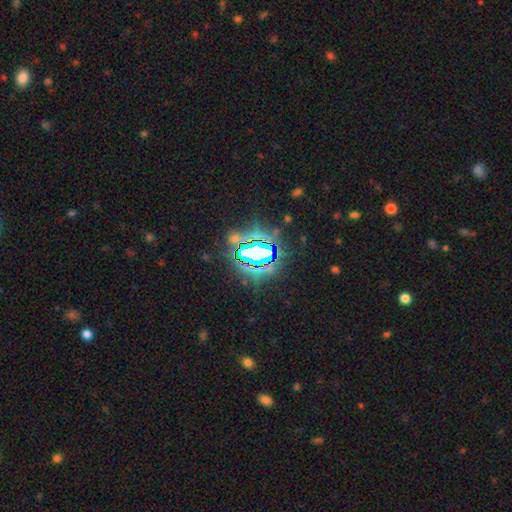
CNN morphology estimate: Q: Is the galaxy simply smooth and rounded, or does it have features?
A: star or artifact — 76%.